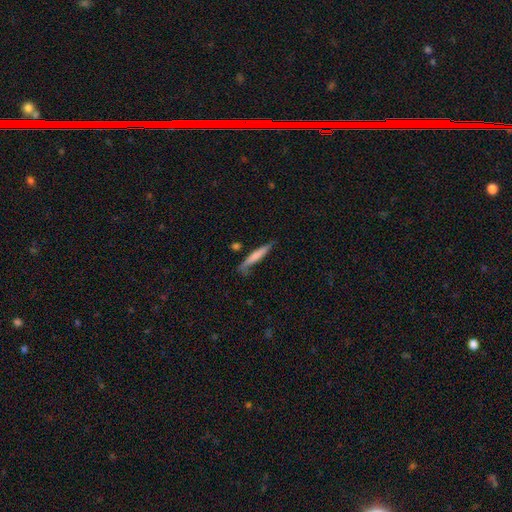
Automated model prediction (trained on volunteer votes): Smooth or featured? smooth (63%)
How rounded? cigar-shaped (93%)
Merging? none (66%)